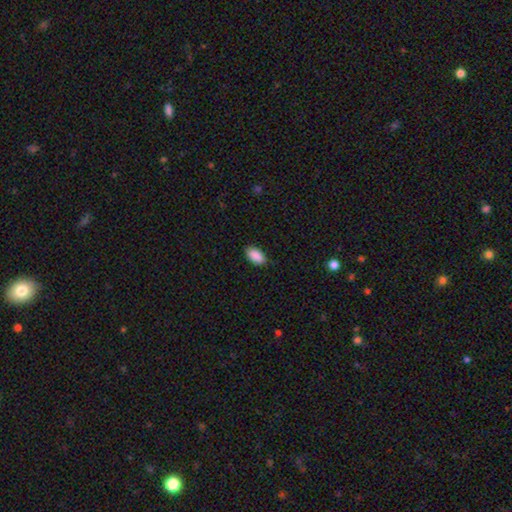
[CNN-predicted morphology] The model was most divided on "merging": none: 86%, minor disturbance: 11%, major disturbance: 2%, merger: 1%. More confident: how rounded — in between (94%); smooth or featured — smooth (90%).